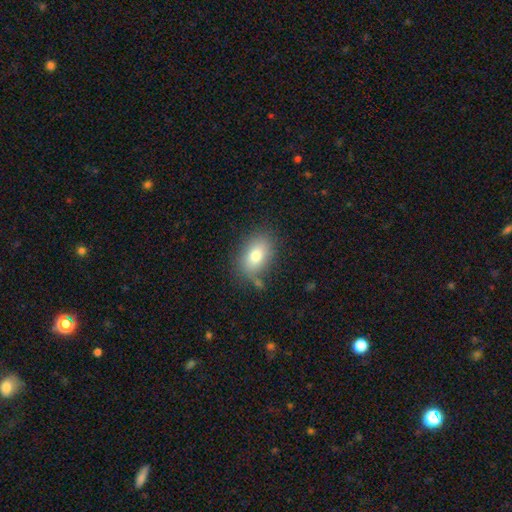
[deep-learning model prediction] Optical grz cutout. It shows a smooth galaxy with no disk features (78%) that is in between round and cigar-shaped (86%). Merging: none (74%).